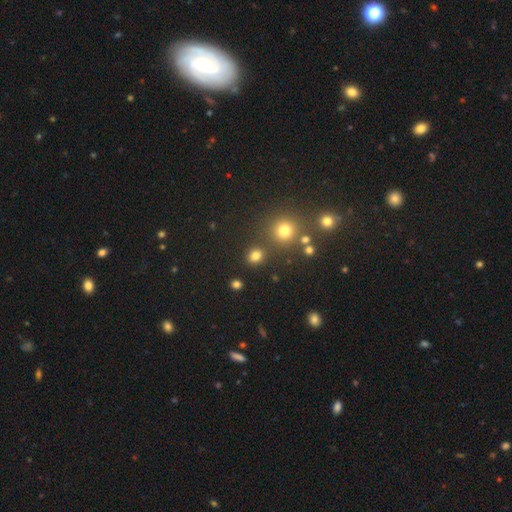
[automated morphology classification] Q: Smooth or featured?
A: smooth (77%); runner-up: star or artifact (18%)
Q: How rounded?
A: round (72%); runner-up: in between (27%)
Q: Merging?
A: none (81%); runner-up: minor disturbance (8%)